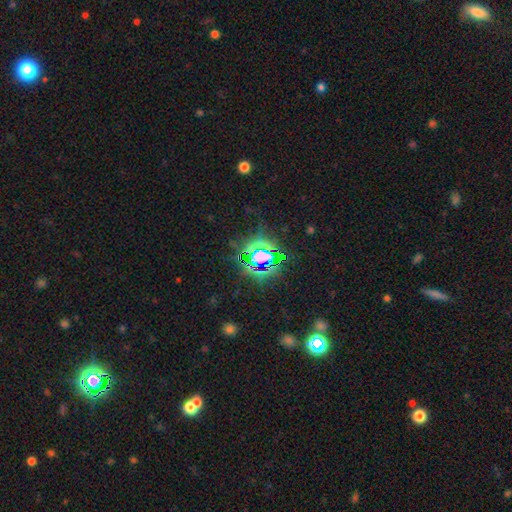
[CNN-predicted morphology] Smooth or featured? Predicted: star or artifact (p=0.77).